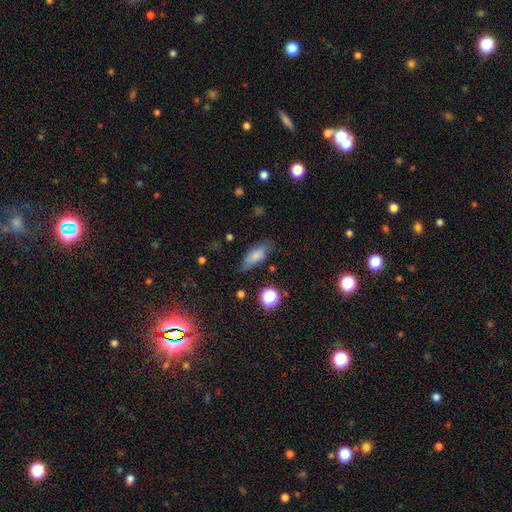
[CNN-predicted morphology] Smooth or featured: smooth — 74% (featured or disk — 15%)
How rounded: in between — 74% (cigar-shaped — 21%)
Merging: none — 71% (minor disturbance — 21%)